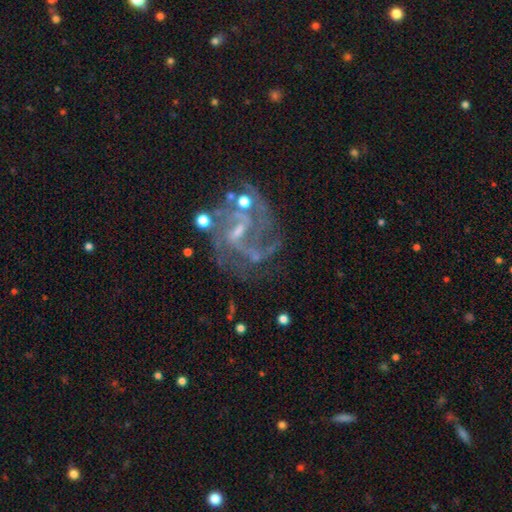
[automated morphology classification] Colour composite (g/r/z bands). It shows a featured or disk galaxy (82%) with a weak bar (53%), 2 (28%) medium (48%) spiral arms (89%) and a small central bulge (49%). Merging: none (53%).